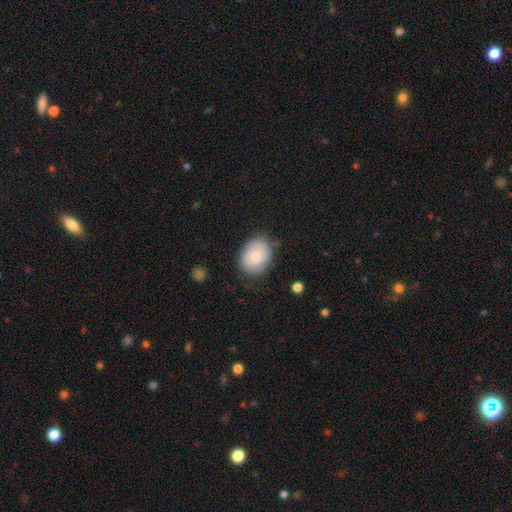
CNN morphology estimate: Smooth or featured? smooth (76%)
How rounded? in between (59%)
Merging? none (75%)